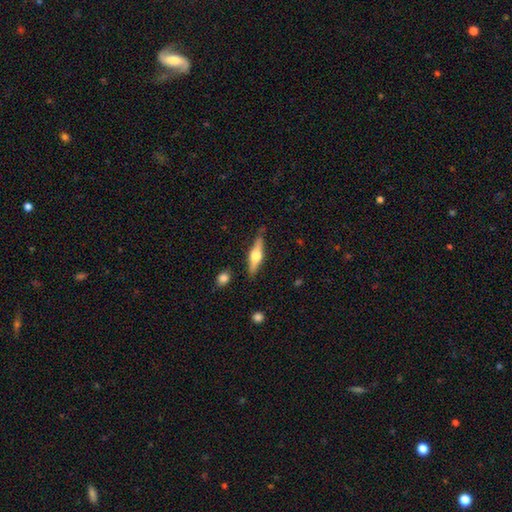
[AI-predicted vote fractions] Smooth or featured? Predicted: featured or disk (p=0.61). Edge-on disk? Predicted: yes (p=0.95). Edge-on bulge? Predicted: rounded (p=0.94). Merging? Predicted: none (p=0.83).